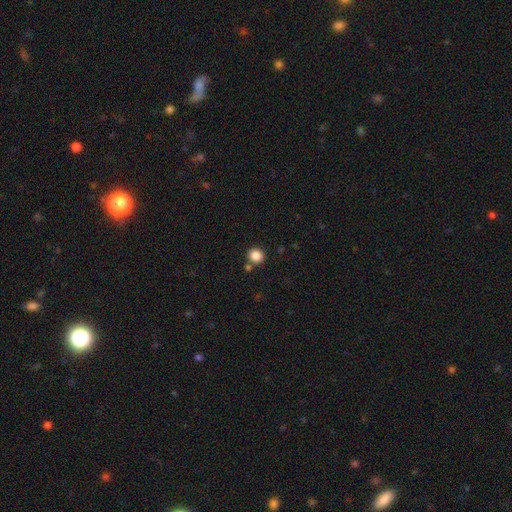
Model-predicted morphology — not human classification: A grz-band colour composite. It shows a smooth galaxy with no disk features (86%) that is round (88%). Merging: none (81%).